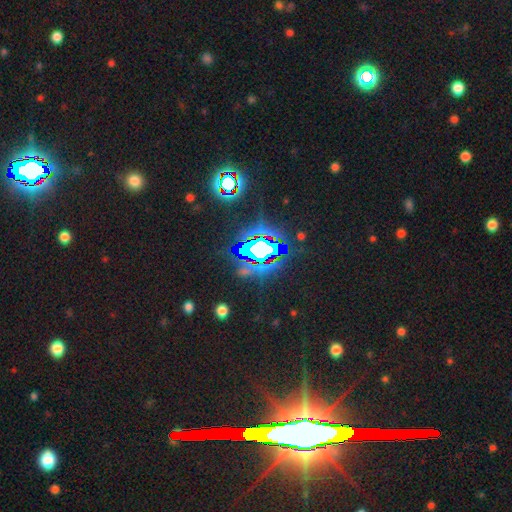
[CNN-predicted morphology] The model was most divided on "smooth or featured": star or artifact: 83%, smooth: 9%, featured or disk: 8%.